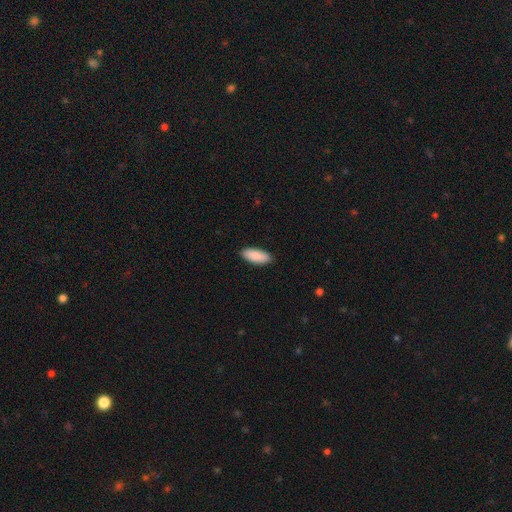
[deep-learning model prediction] Smooth or featured? Predicted: smooth (p=0.91). How rounded? Predicted: in between (p=0.82). Merging? Predicted: none (p=0.90).